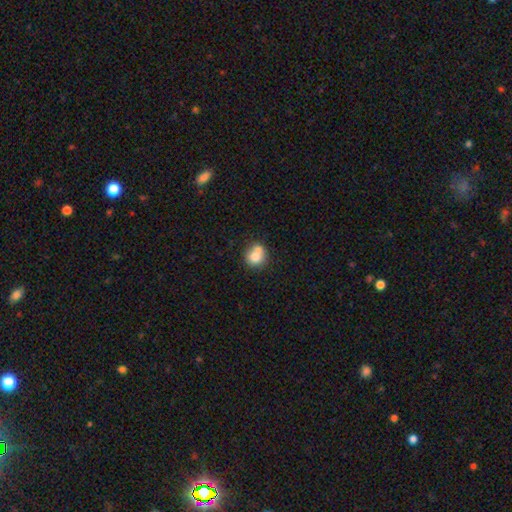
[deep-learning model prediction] smooth 74%, featured or disk 17%, star or artifact 10%. Down the decision tree: how rounded — round (84%); merging — merger (44%).